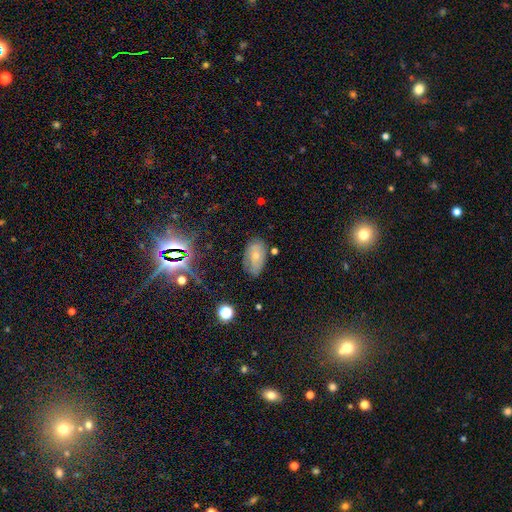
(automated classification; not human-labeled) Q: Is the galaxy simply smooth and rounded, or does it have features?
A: smooth — 53%.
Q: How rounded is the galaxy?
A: in between — 90%.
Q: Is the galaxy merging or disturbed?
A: none — 70%.